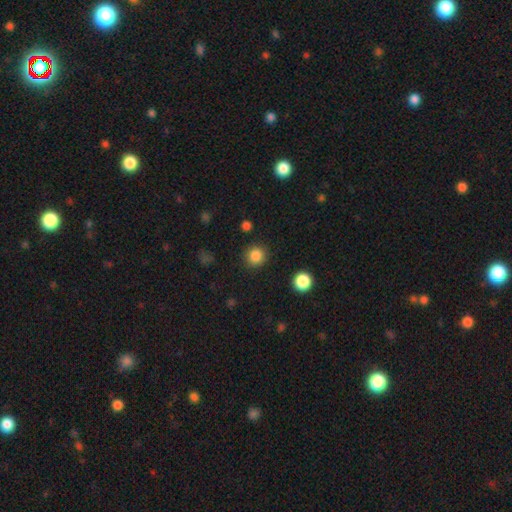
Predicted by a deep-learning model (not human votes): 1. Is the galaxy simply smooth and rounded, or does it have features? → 85% smooth, 11% star or artifact, 4% featured or disk.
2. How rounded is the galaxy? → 93% round, 7% in between, 1% cigar-shaped.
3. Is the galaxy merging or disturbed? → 90% none, 6% minor disturbance, 3% major disturbance, 2% merger.